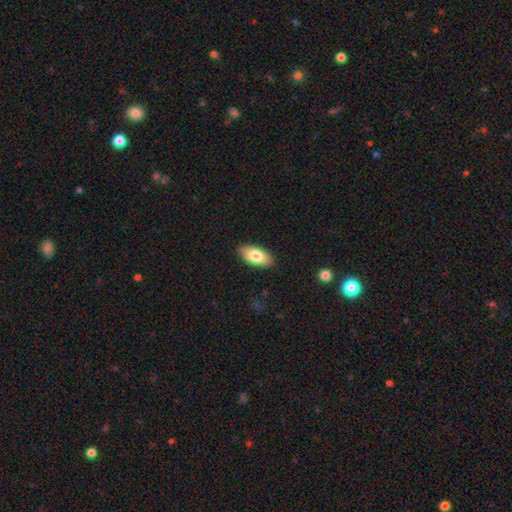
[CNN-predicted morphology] This appears to be a smooth galaxy with no disk features (77%) that is in between round and cigar-shaped (92%). Merging: none (88%).